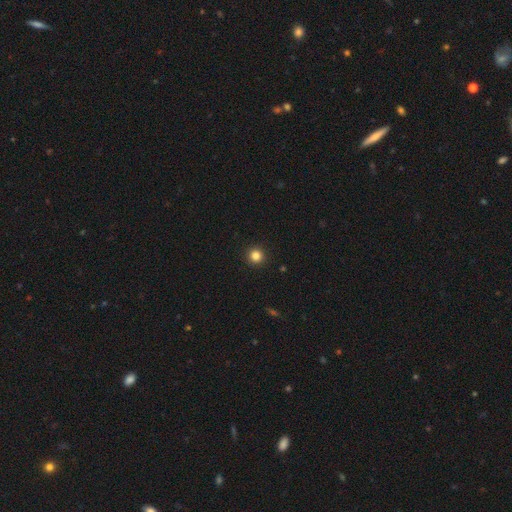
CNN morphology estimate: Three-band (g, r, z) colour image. It shows a smooth galaxy with no disk features (84%) that is round (96%). Merging: none (94%).